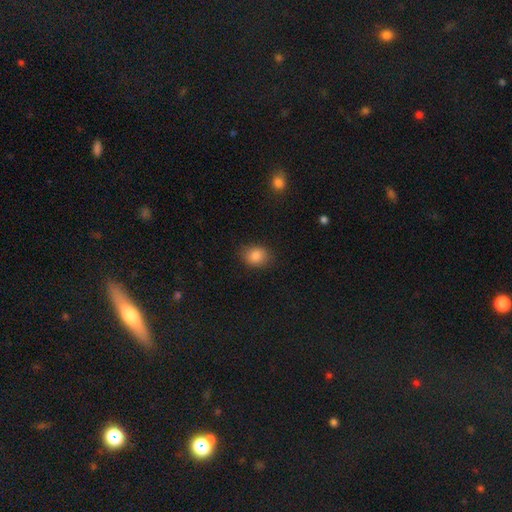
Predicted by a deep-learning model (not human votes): Smooth or featured? smooth (85%)
How rounded? round (52%)
Merging? none (83%)